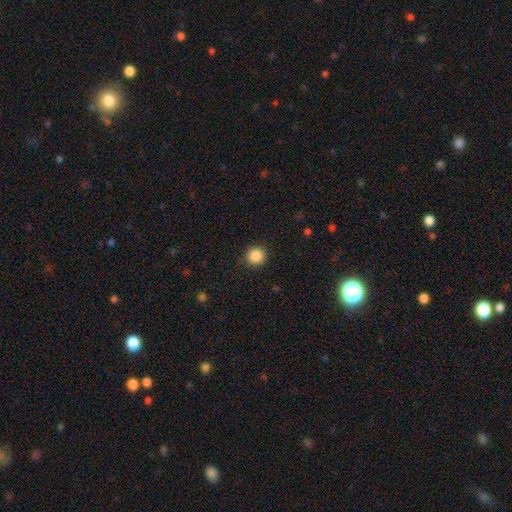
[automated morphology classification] Smooth or featured?
  - smooth: 87% *
  - star or artifact: 10%
  - featured or disk: 3%
How rounded?
  - round: 94% *
  - in between: 6%
  - cigar-shaped: 1%
Merging?
  - none: 90% *
  - minor disturbance: 7%
  - major disturbance: 2%
  - merger: 1%